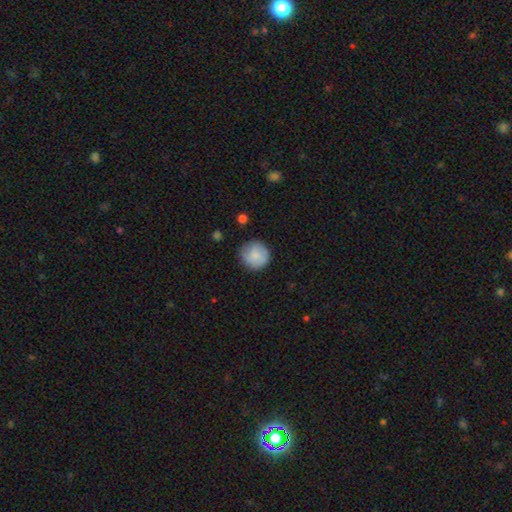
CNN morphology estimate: Smooth or featured? Predicted: smooth (p=0.84). How rounded? Predicted: round (p=0.94). Merging? Predicted: none (p=0.82).